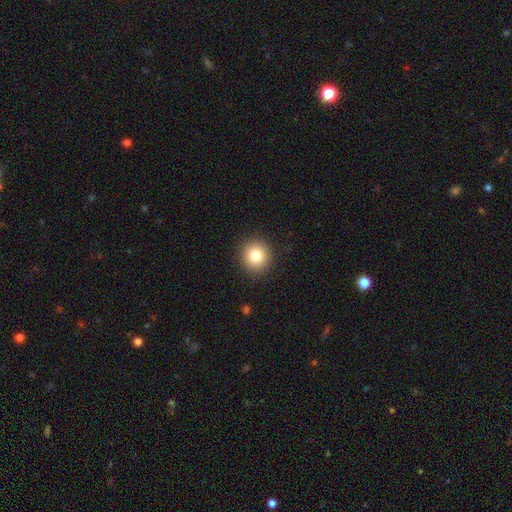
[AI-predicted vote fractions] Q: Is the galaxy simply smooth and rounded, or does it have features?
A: smooth — 83%.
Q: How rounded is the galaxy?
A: round — 91%.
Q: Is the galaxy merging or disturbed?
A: none — 90%.